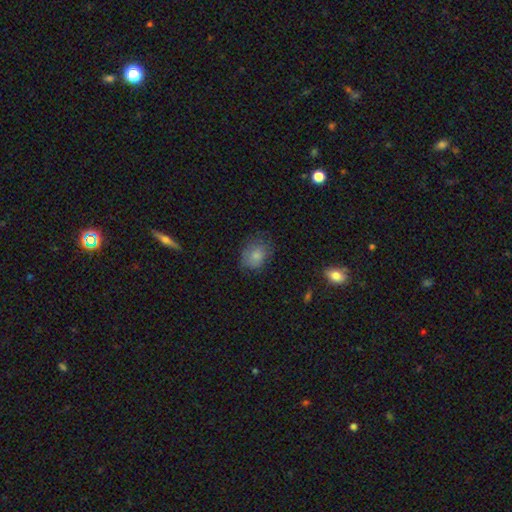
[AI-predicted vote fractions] This is clearly a smooth galaxy (81%). How rounded: possibly round (50%). Merging: likely none (67%).